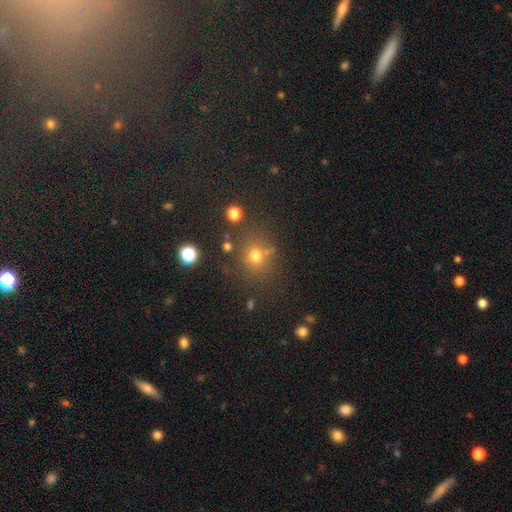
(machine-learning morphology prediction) Smooth or featured?
  - smooth: 69% *
  - star or artifact: 22%
  - featured or disk: 9%
How rounded?
  - round: 82% *
  - in between: 17%
  - cigar-shaped: 1%
Merging?
  - none: 76% *
  - minor disturbance: 11%
  - merger: 8%
  - major disturbance: 5%